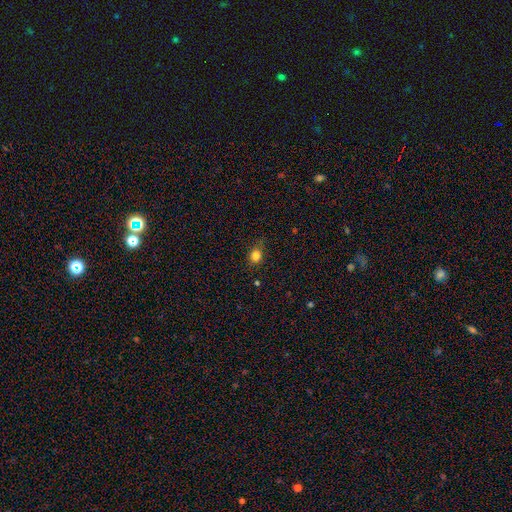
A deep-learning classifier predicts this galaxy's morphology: This appears to be a smooth galaxy with no disk features (81%) that is round (73%). Merging: none (77%).